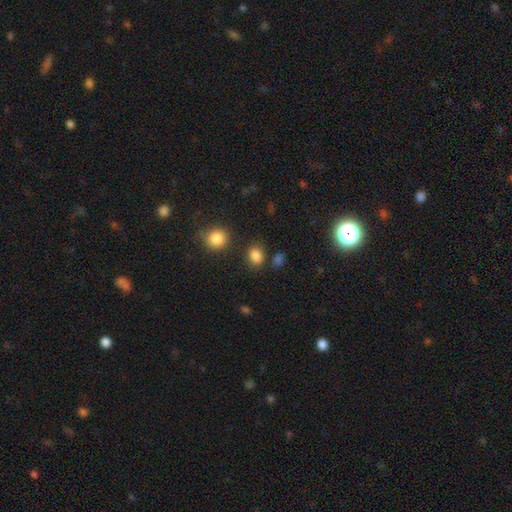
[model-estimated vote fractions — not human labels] smooth-or-featured: smooth: 84% | star or artifact: 12% | featured or disk: 4%
  how-rounded: in between: 52% | round: 47% | cigar-shaped: 1%
  merging: none: 78% | minor disturbance: 12% | merger: 6% | major disturbance: 4%